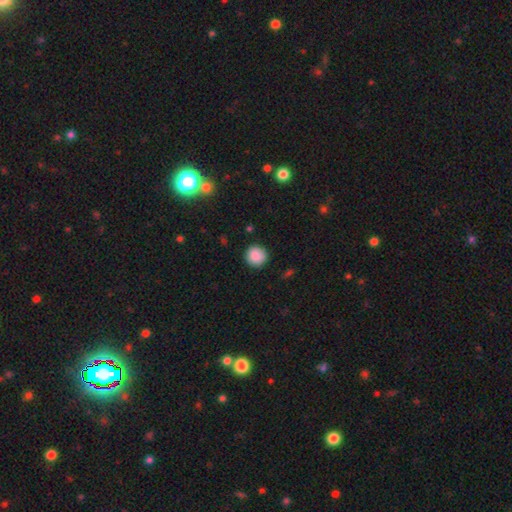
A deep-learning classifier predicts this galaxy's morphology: Smooth or featured?
  - smooth: 89% *
  - star or artifact: 8%
  - featured or disk: 3%
How rounded?
  - round: 94% *
  - in between: 5%
  - cigar-shaped: 1%
Merging?
  - none: 90% *
  - minor disturbance: 7%
  - major disturbance: 2%
  - merger: 1%